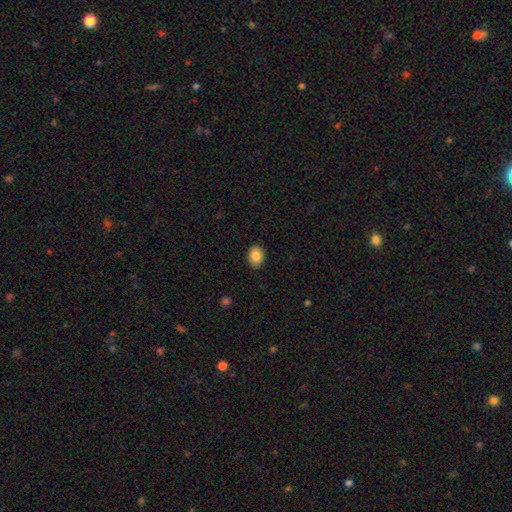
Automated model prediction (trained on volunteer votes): smooth_or_featured: smooth (p=0.87) [alt: star or artifact p=0.08]
how_rounded: in between (p=0.68) [alt: round p=0.31]
merging: none (p=0.89) [alt: minor disturbance p=0.08]